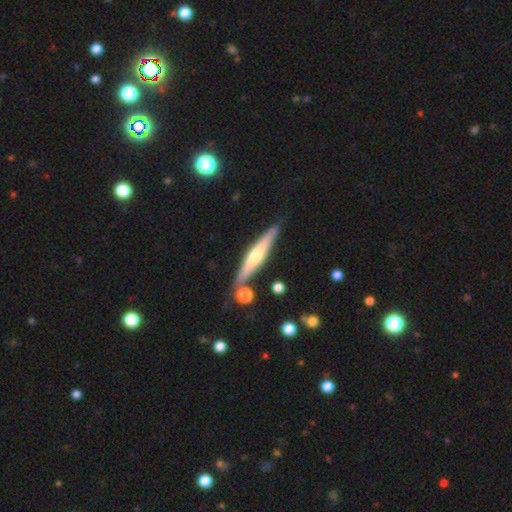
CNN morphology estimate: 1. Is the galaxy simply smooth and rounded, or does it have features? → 62% featured or disk, 32% smooth, 6% star or artifact.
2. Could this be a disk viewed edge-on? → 96% yes, 4% no.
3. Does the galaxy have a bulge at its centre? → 78% rounded, 13% none, 10% boxy.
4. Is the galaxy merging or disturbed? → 83% none, 10% minor disturbance, 4% merger, 2% major disturbance.